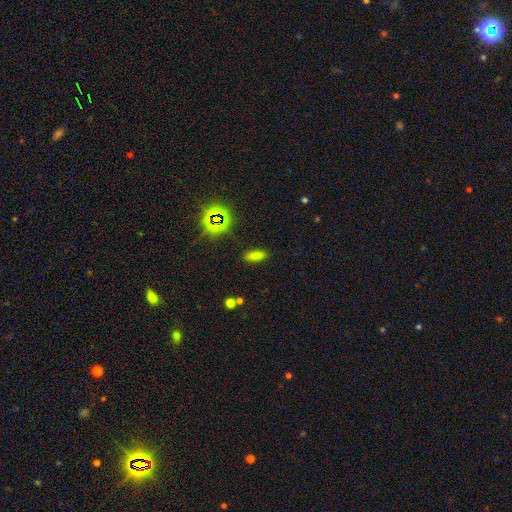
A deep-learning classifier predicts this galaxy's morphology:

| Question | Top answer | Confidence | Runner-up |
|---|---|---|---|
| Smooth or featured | smooth | 73% | star or artifact (21%) |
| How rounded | in between | 64% | cigar-shaped (32%) |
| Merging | none | 86% | minor disturbance (9%) |